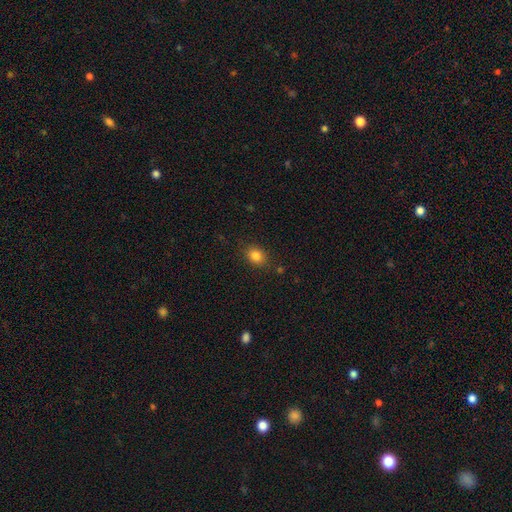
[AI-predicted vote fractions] The model was most divided on "how rounded": in between: 51%, round: 48%, cigar-shaped: 1%. More confident: merging — none (84%); smooth or featured — smooth (83%).